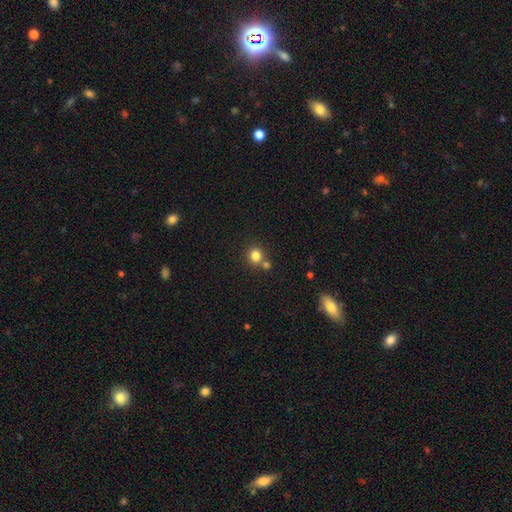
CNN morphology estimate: This appears to be a smooth galaxy with no disk features (81%) that is round (87%). Merging: none (67%).